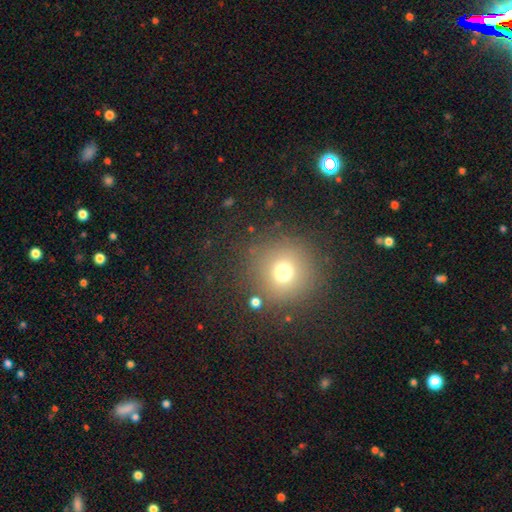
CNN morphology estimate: smooth 67%, star or artifact 23%, featured or disk 9%. Down the decision tree: how rounded — round (94%); merging — none (86%).